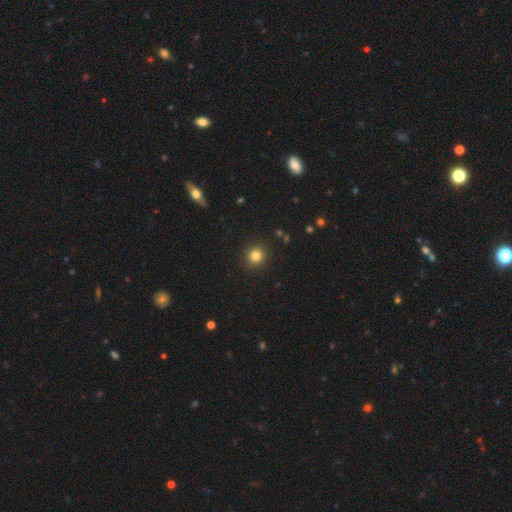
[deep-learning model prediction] This appears to be a smooth galaxy with no disk features (82%) that is round (91%). Merging: none (91%).